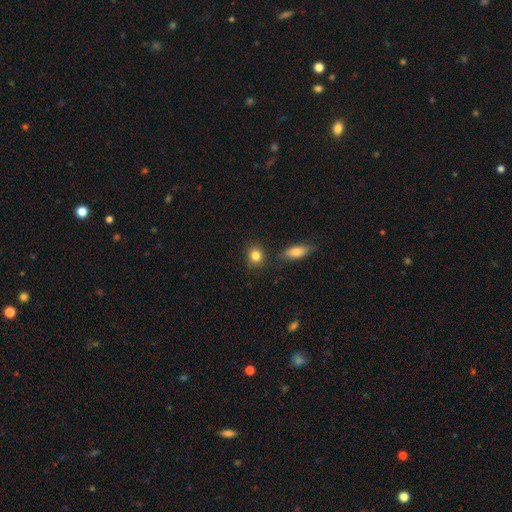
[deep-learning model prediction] The model was most divided on "how rounded": round: 76%, in between: 22%, cigar-shaped: 2%. More confident: smooth or featured — smooth (84%); merging — none (83%).